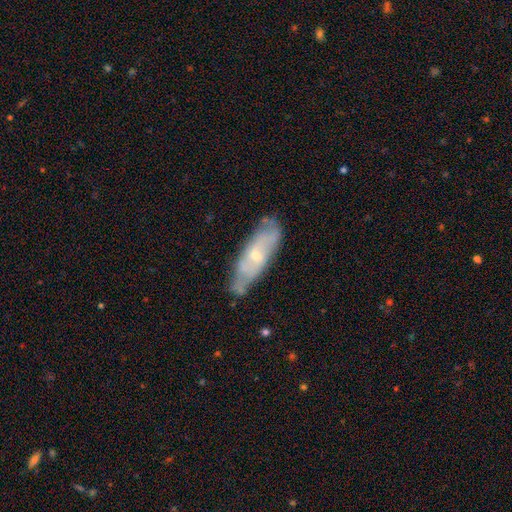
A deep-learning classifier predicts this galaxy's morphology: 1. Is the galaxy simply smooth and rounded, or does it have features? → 63% featured or disk, 31% smooth, 7% star or artifact.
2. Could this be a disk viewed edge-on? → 78% no, 22% yes.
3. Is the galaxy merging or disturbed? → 66% none, 26% minor disturbance, 6% major disturbance, 3% merger.